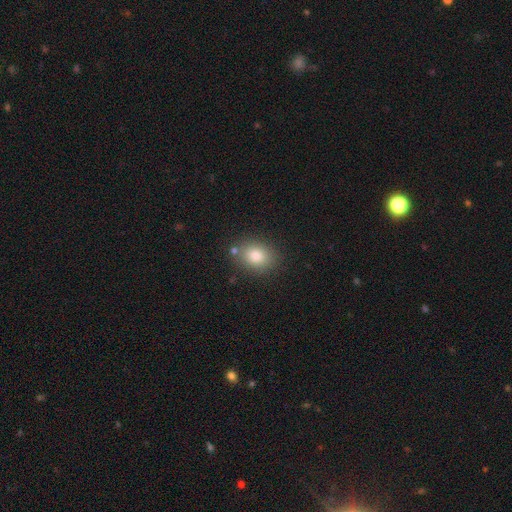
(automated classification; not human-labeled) The model was most divided on "how rounded": in between: 55%, round: 44%, cigar-shaped: 1%. More confident: smooth or featured — smooth (81%); merging — none (81%).